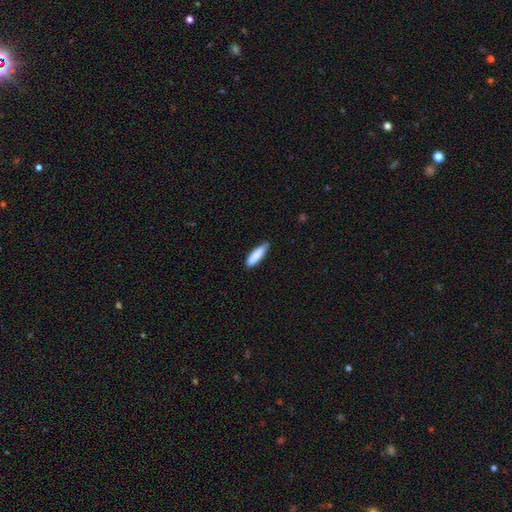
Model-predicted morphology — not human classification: Smooth or featured? Predicted: smooth (p=0.86). How rounded? Predicted: cigar-shaped (p=0.67). Merging? Predicted: none (p=0.72).